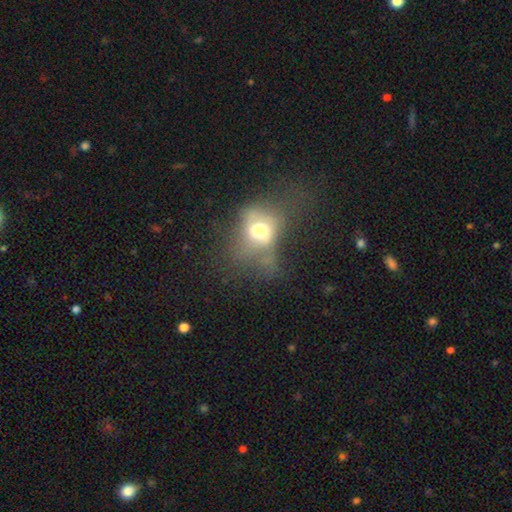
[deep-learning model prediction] Smooth or featured?
  - smooth: 46% *
  - featured or disk: 33%
  - star or artifact: 22%
Merging?
  - major disturbance: 41% *
  - none: 29%
  - minor disturbance: 21%
  - merger: 8%